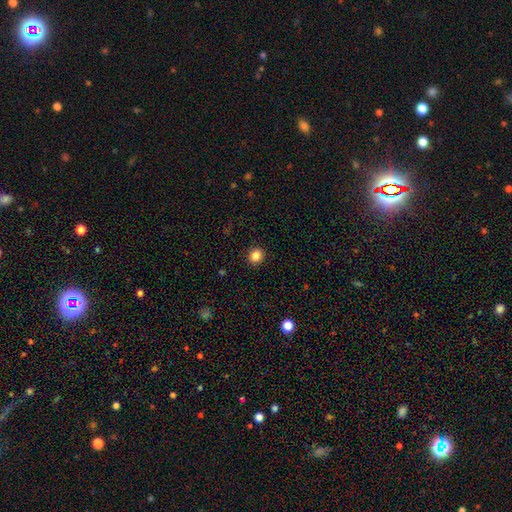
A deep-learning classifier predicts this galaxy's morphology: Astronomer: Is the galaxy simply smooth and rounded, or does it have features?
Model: smooth — 85%.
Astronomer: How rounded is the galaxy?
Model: round — 80%.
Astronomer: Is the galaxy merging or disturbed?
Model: none — 91%.